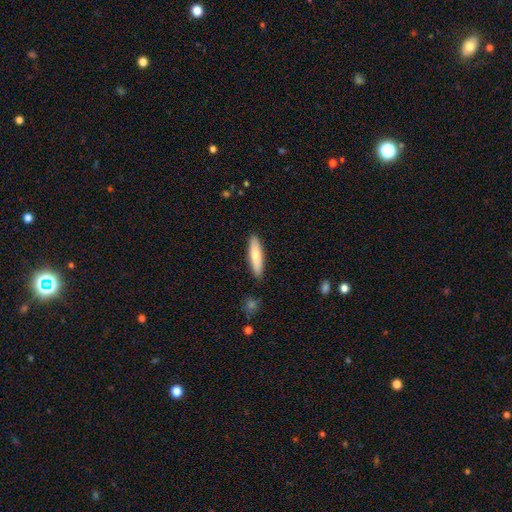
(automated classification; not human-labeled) The model was most divided on "how rounded": cigar-shaped: 73%, in between: 25%, round: 2%. More confident: merging — none (89%); smooth or featured — smooth (74%).